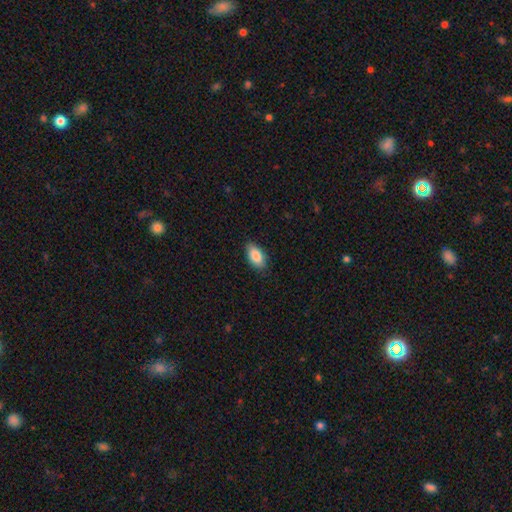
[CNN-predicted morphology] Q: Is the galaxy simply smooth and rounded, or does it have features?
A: smooth — 86%.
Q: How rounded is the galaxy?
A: in between — 92%.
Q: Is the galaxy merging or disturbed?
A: none — 85%.